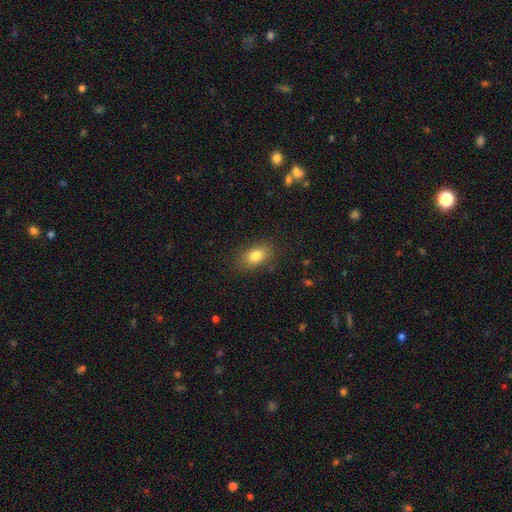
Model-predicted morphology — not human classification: Smooth or featured? smooth (81%)
How rounded? in between (85%)
Merging? none (84%)